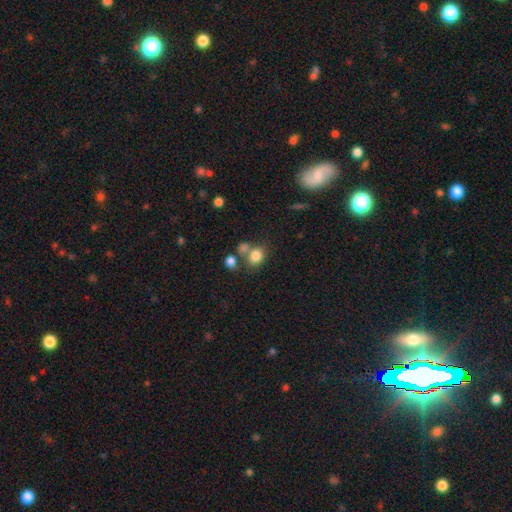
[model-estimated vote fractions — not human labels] Smooth or featured: smooth — 80% (star or artifact — 11%)
How rounded: round — 53% (in between — 46%)
Merging: none — 50% (merger — 30%)